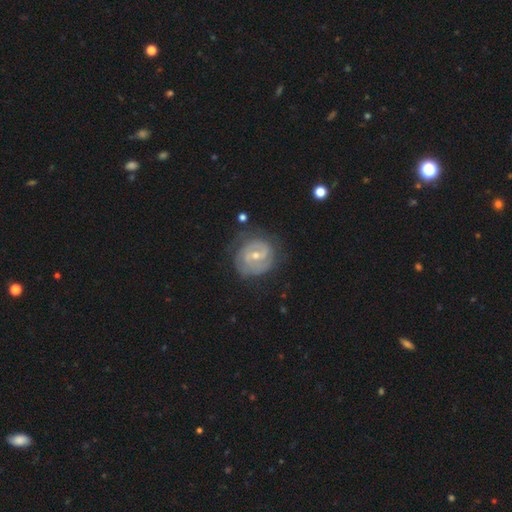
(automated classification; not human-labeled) A featured or disk galaxy (83%) with a weak bar (51%), 2 (55%) tight (62%) spiral arms (91%) and a small central bulge (48%, tied with moderate).

Vote fractions:
- Smooth or featured? featured or disk: 83% / smooth: 12% / star or artifact: 5%
- Edge-on disk? no: 98% / yes: 2%
- Bar? weak: 51% / no: 31% / strong: 18%
- Spiral arms? yes: 91% / no: 9%
- Spiral winding? tight: 62% / medium: 30% / loose: 8%
- Spiral arm count? 2: 55% / can't tell: 24% / 3: 11% / 1: 5% / 4: 3% / more than 4: 3%
- Bulge size? small: 48% (tied) / moderate: 48% (tied) / large: 1% / none: 1% / dominant: 1%
- Merging? none: 70% / minor disturbance: 19% / major disturbance: 9% / merger: 2%